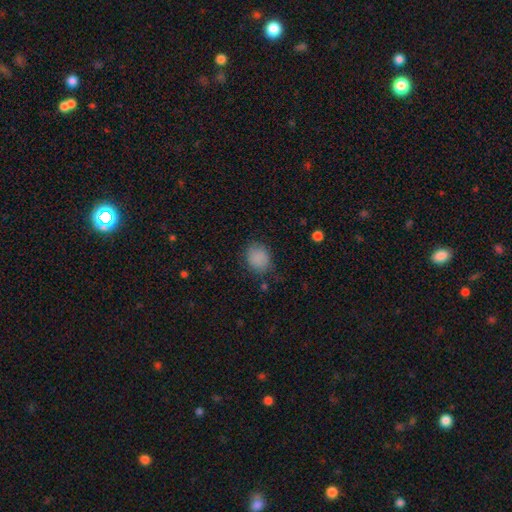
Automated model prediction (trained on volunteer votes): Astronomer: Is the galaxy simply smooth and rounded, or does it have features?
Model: smooth — 86%.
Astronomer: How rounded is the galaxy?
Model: round — 61% (runner-up: in between, 38%).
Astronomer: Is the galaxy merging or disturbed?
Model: none — 78%.